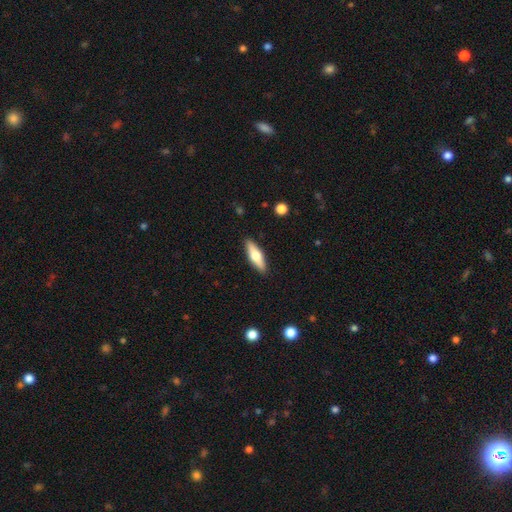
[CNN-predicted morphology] smooth 57%, featured or disk 38%, star or artifact 6%. Down the decision tree: how rounded — cigar-shaped (54%); merging — none (89%).